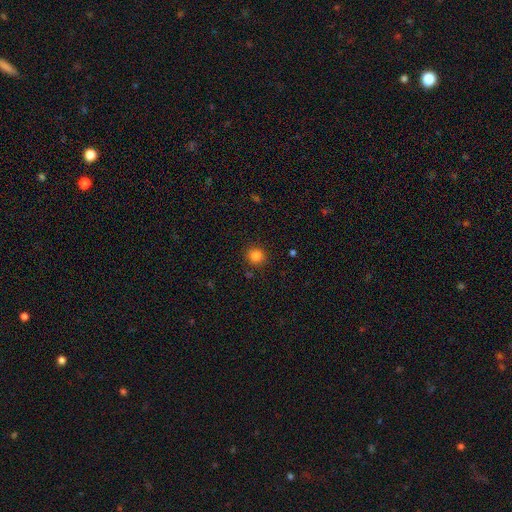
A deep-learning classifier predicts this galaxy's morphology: Q: Smooth or featured?
A: smooth (84%); runner-up: star or artifact (12%)
Q: How rounded?
A: round (91%); runner-up: in between (8%)
Q: Merging?
A: none (88%); runner-up: minor disturbance (7%)